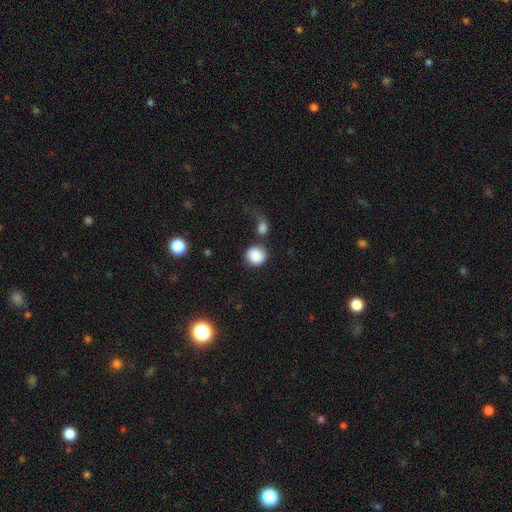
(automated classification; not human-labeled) A smooth galaxy with no disk features (86%) that is round (88%). Merging: none (58%).